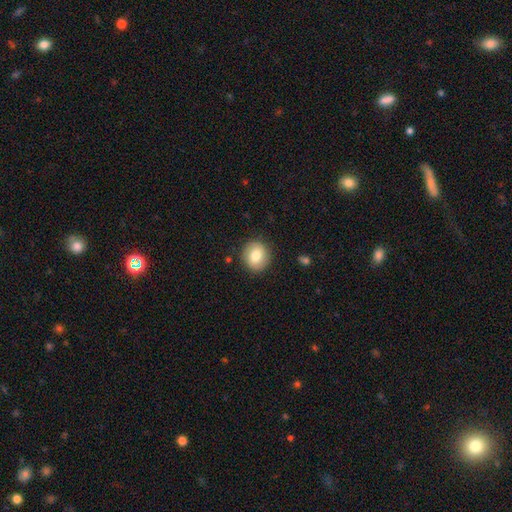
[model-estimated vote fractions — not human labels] Smooth or featured: smooth — 78% (featured or disk — 15%)
How rounded: round — 83% (in between — 16%)
Merging: none — 88% (minor disturbance — 9%)